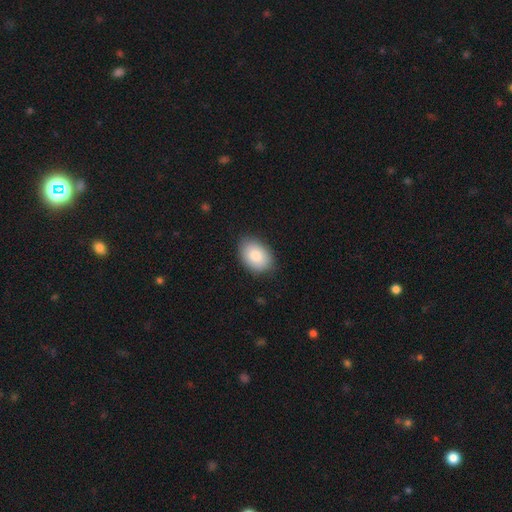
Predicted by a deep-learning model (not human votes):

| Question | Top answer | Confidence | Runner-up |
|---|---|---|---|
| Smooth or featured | smooth | 83% | featured or disk (10%) |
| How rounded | in between | 82% | round (17%) |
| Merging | none | 85% | minor disturbance (12%) |